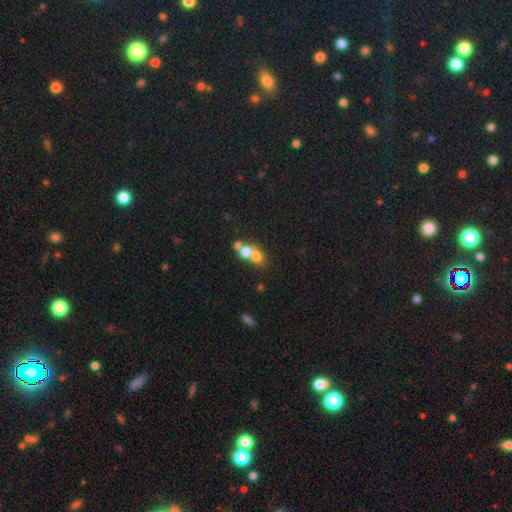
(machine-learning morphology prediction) Smooth or featured?
  - smooth: 66% *
  - featured or disk: 20%
  - star or artifact: 14%
How rounded?
  - round: 67% *
  - in between: 32%
  - cigar-shaped: 1%
Merging?
  - merger: 62% *
  - none: 28%
  - minor disturbance: 6%
  - major disturbance: 4%